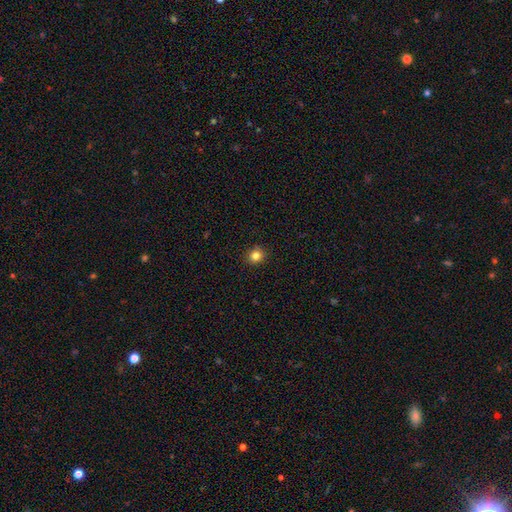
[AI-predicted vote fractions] Smooth or featured: smooth — 82% (star or artifact — 13%)
How rounded: round — 87% (in between — 12%)
Merging: none — 91% (minor disturbance — 6%)